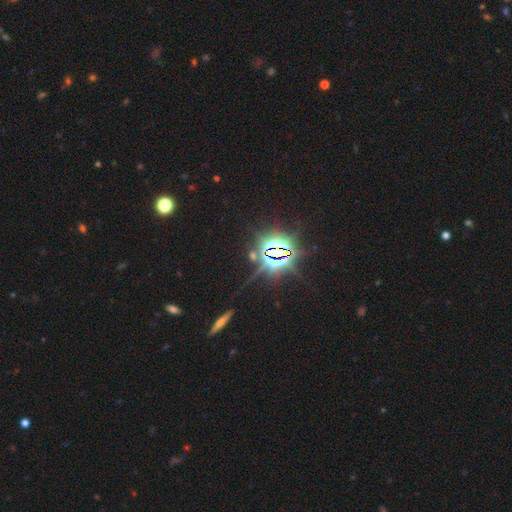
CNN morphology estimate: star or artifact 83%, featured or disk 8%, smooth 8%.